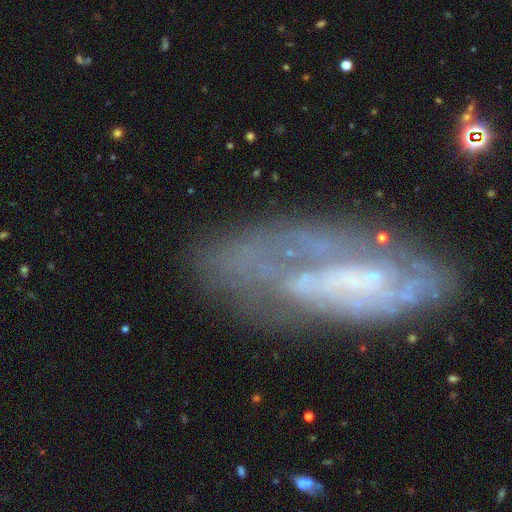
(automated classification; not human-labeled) featured or disk 66%, smooth 24%, star or artifact 11%. Down the decision tree: edge-on disk — no (84%); bar — no (61%); spiral arms — yes (53%); bulge size — none (49%); merging — none (55%).